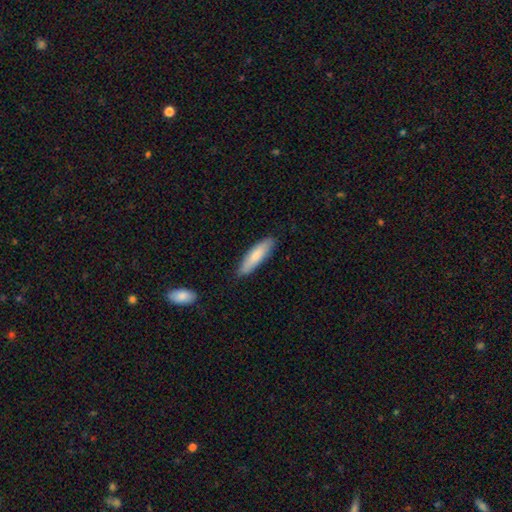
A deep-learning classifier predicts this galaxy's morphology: The model was most divided on "how rounded": cigar-shaped: 70%, in between: 29%, round: 1%. More confident: merging — none (85%); smooth or featured — smooth (78%).